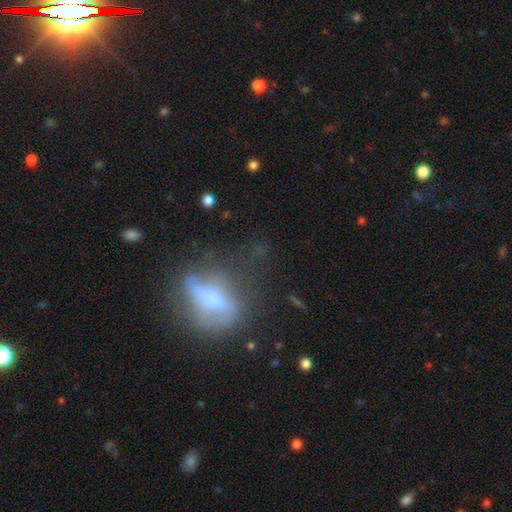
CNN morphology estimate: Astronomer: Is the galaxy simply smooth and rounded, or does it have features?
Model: featured or disk — 52% (runner-up: smooth, 35%).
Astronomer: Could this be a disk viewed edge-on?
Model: no — 74%.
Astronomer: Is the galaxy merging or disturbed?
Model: none — 48% (runner-up: minor disturbance, 26%).